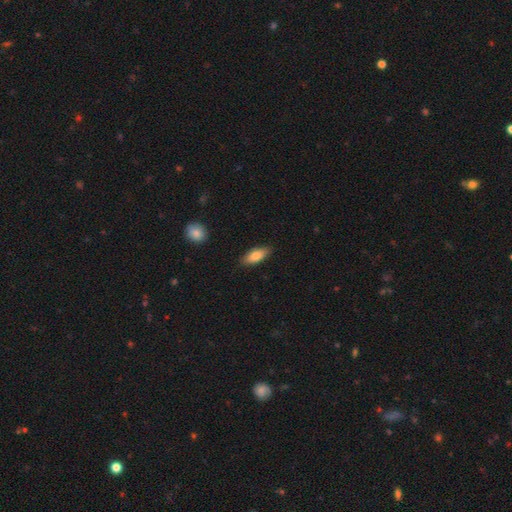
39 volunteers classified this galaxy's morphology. A smooth galaxy with no disk features (67%) that is in between round and cigar-shaped (85%). Merging: none (86%).